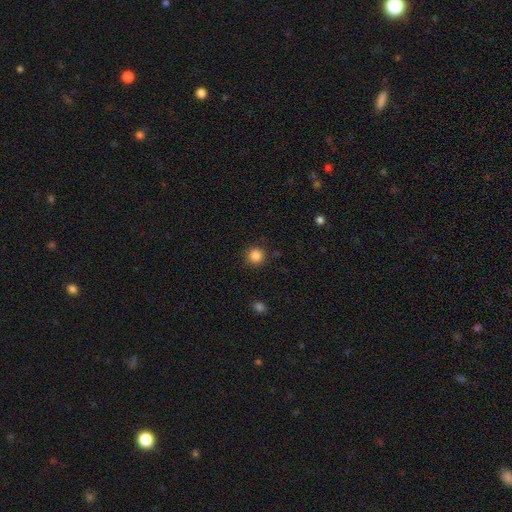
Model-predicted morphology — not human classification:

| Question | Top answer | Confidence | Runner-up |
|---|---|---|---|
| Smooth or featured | smooth | 85% | star or artifact (11%) |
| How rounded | round | 94% | in between (5%) |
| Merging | none | 89% | minor disturbance (7%) |